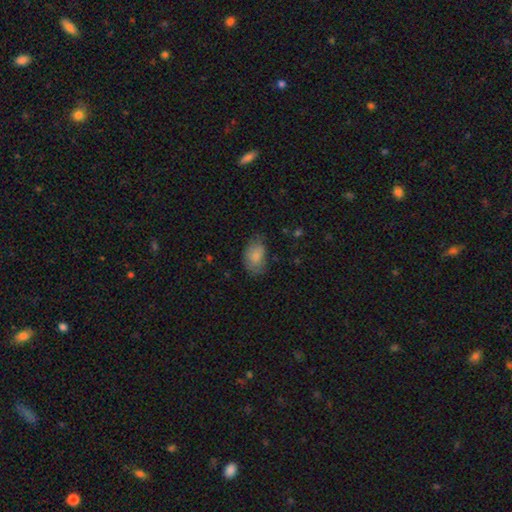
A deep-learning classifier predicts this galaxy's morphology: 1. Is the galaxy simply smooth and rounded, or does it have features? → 82% smooth, 10% featured or disk, 7% star or artifact.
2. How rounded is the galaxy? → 87% in between, 12% round, 1% cigar-shaped.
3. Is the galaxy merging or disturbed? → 59% none, 29% minor disturbance, 10% major disturbance, 1% merger.